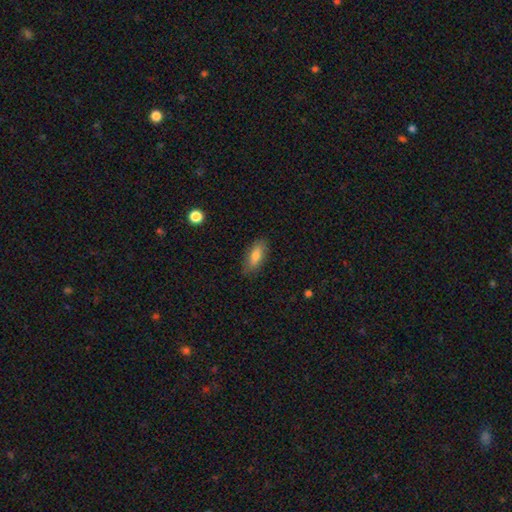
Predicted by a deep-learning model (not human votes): A smooth galaxy with no disk features (78%) that is in between round and cigar-shaped (79%). Merging: none (83%).